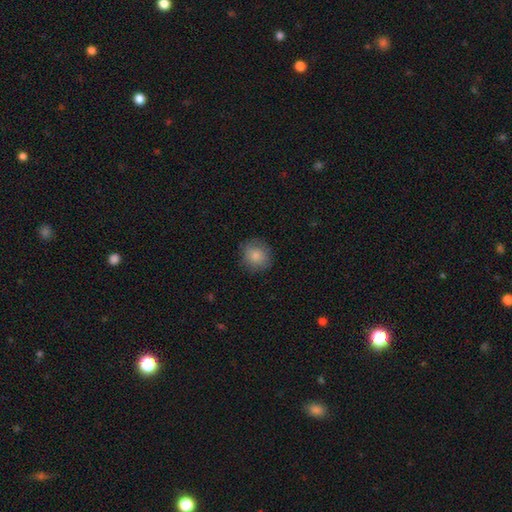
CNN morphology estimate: A smooth galaxy with no disk features (84%) that is round (84%). Merging: none (81%).